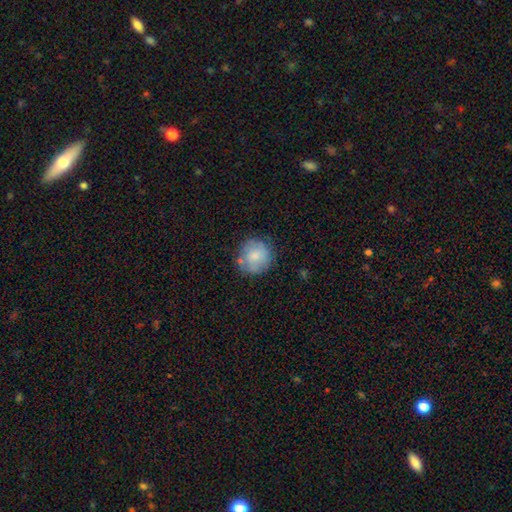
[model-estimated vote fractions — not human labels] A smooth galaxy with no disk features (73%) that is round (91%). Merging: none (72%).